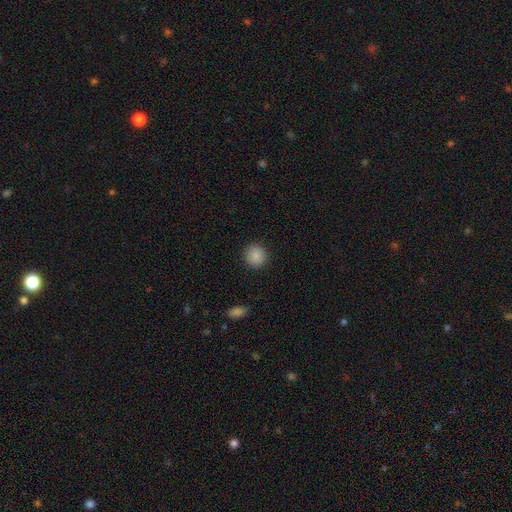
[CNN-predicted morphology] smooth_or_featured: smooth (p=0.88) [alt: star or artifact p=0.08]
how_rounded: round (p=0.93) [alt: in between p=0.06]
merging: none (p=0.91) [alt: minor disturbance p=0.06]